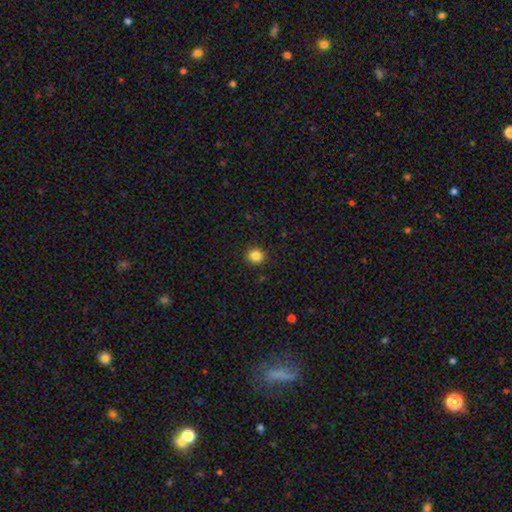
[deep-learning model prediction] A smooth galaxy with no disk features (84%) that is round (87%).

Vote fractions:
- Smooth or featured? smooth: 84% / star or artifact: 11% / featured or disk: 5%
- How rounded? round: 87% / in between: 12% / cigar-shaped: 1%
- Merging? none: 91% / minor disturbance: 7% / major disturbance: 2% / merger: 1%